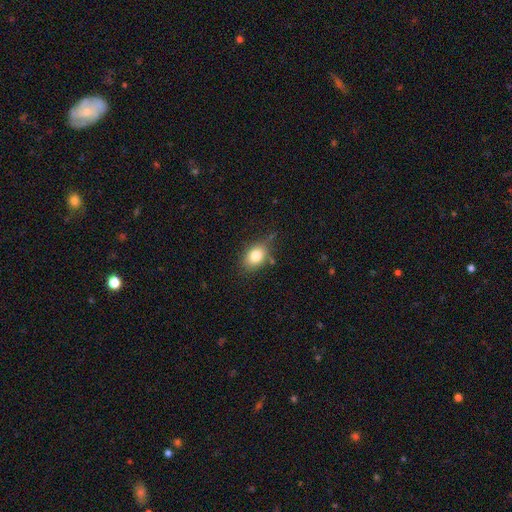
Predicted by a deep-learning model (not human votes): A smooth galaxy with no disk features (81%) that is in between round and cigar-shaped (71%). Merging: none (70%).